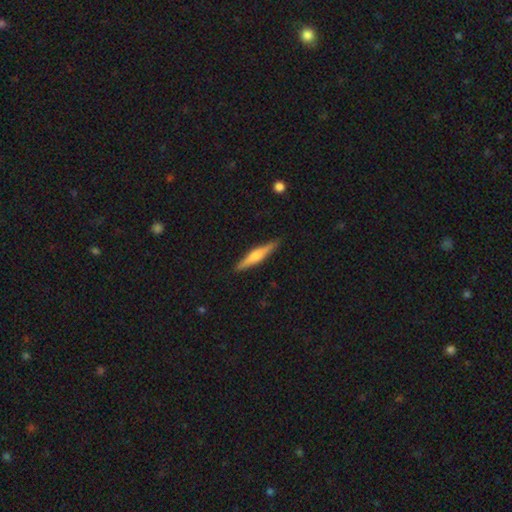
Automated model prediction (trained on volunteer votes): Overall: featured or disk (50%; smooth 44%). Merging: none (90%).